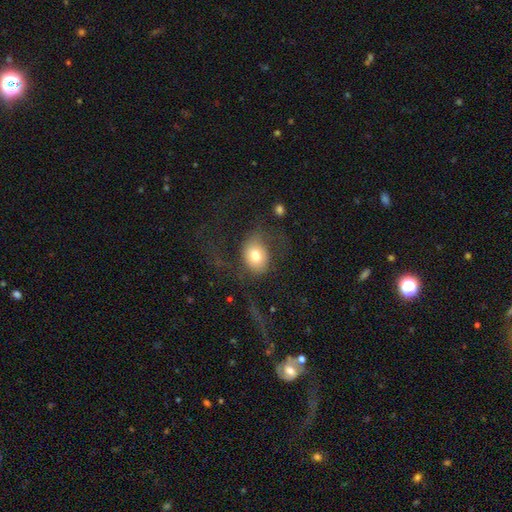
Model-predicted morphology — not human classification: smooth 66%, featured or disk 25%, star or artifact 9%. Down the decision tree: how rounded — in between (59%); merging — none (41%).